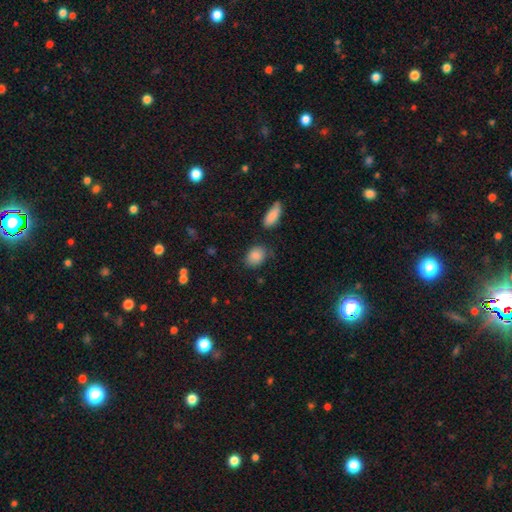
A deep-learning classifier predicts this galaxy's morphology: smooth_or_featured: smooth (p=0.87) [alt: star or artifact p=0.08]
how_rounded: in between (p=0.62) [alt: round p=0.36]
merging: none (p=0.71) [alt: minor disturbance p=0.18]